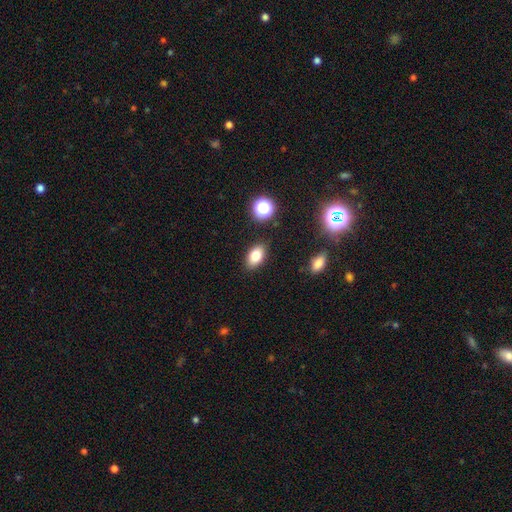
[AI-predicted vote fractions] smooth_or_featured: smooth (p=0.80) [alt: star or artifact p=0.10]
how_rounded: in between (p=0.88) [alt: round p=0.10]
merging: none (p=0.86) [alt: minor disturbance p=0.09]